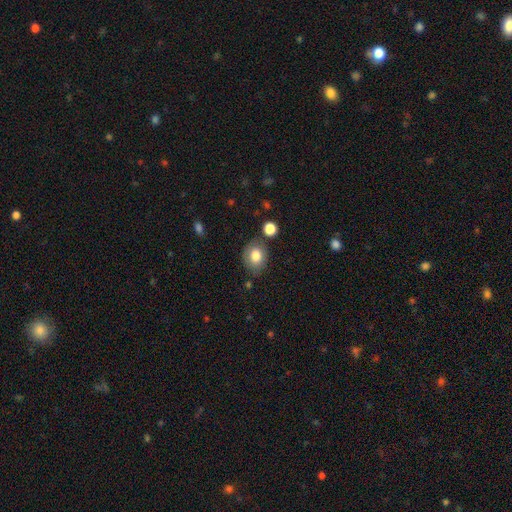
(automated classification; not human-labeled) Smooth or featured: smooth — 80% (featured or disk — 11%)
How rounded: in between — 54% (round — 45%)
Merging: none — 76% (minor disturbance — 15%)